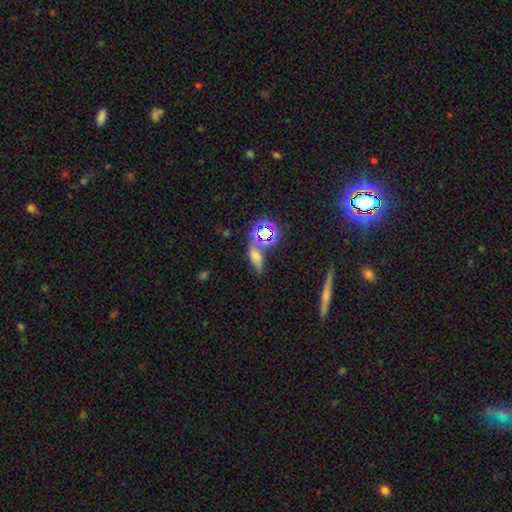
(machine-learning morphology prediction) type=smooth (50%); roundness=in between (63%); merging=none (61%).